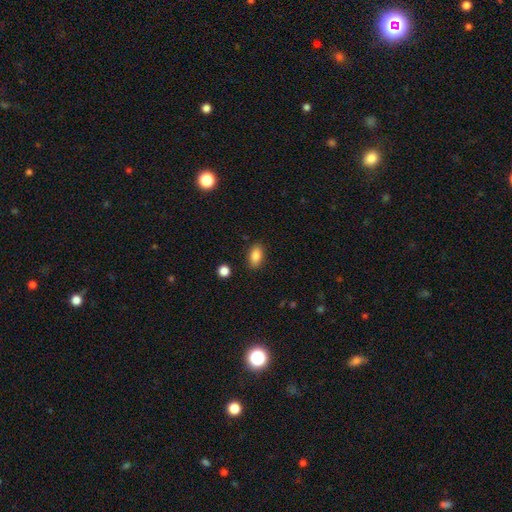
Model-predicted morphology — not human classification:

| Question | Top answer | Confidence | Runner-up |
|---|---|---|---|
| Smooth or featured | smooth | 86% | star or artifact (8%) |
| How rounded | in between | 89% | round (7%) |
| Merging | none | 87% | minor disturbance (9%) |